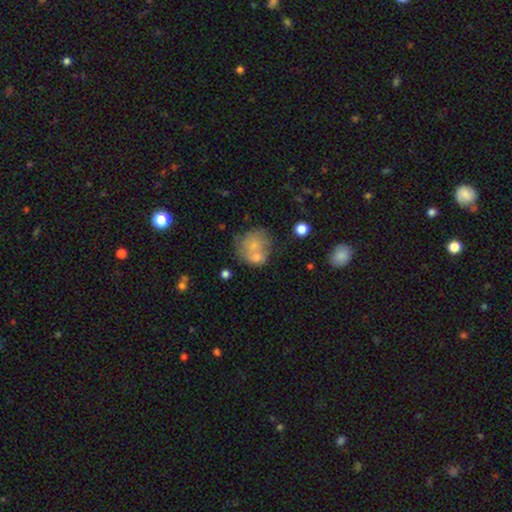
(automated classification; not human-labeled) The model was most divided on "merging" (2-way tie): none: 37%, merger: 37%, minor disturbance: 16%, major disturbance: 10%. More confident: how rounded — round (71%); smooth or featured — smooth (61%).